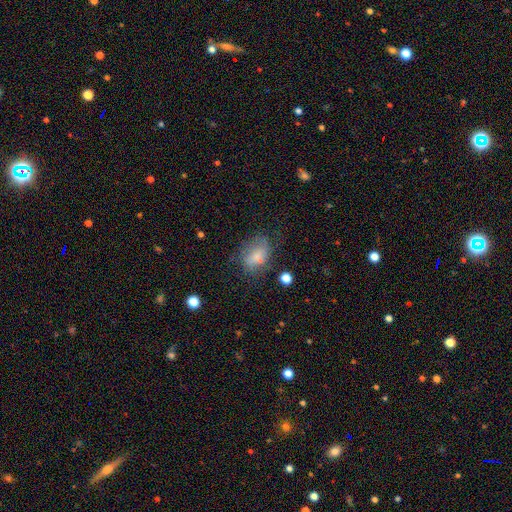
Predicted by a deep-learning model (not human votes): Smooth or featured: smooth — 67% (featured or disk — 22%)
How rounded: in between — 80% (round — 18%)
Merging: none — 53% (minor disturbance — 27%)